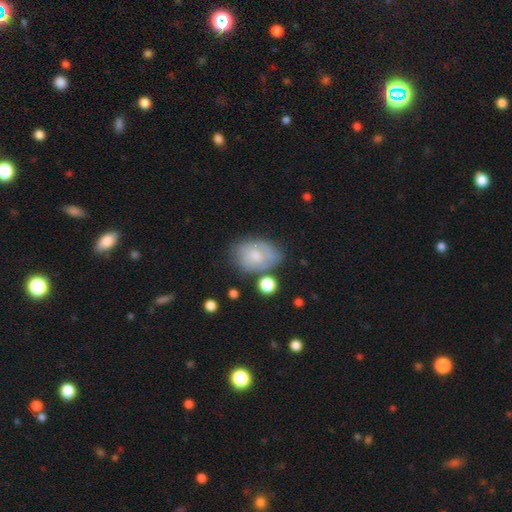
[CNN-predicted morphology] A smooth galaxy with no disk features (55%) that is in between round and cigar-shaped (76%). Merging: none (55%).